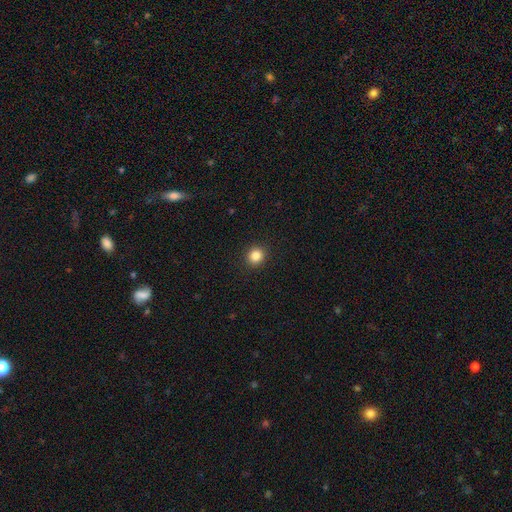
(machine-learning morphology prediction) The model was most divided on "smooth or featured": smooth: 85%, star or artifact: 11%, featured or disk: 4%. More confident: merging — none (92%); how rounded — round (86%).